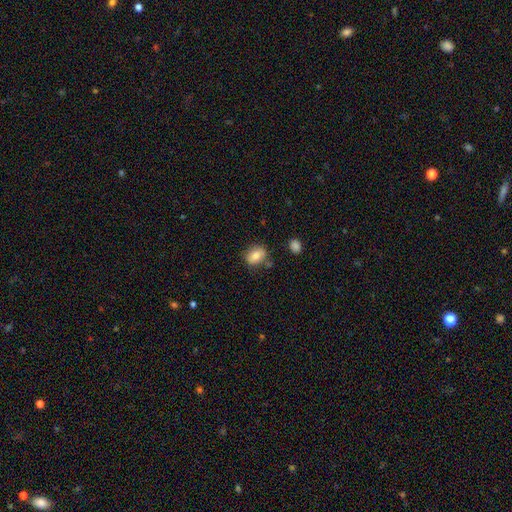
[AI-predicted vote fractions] smooth_or_featured: smooth (p=0.79) [alt: featured or disk p=0.12]
how_rounded: in between (p=0.64) [alt: round p=0.35]
merging: none (p=0.73) [alt: minor disturbance p=0.17]